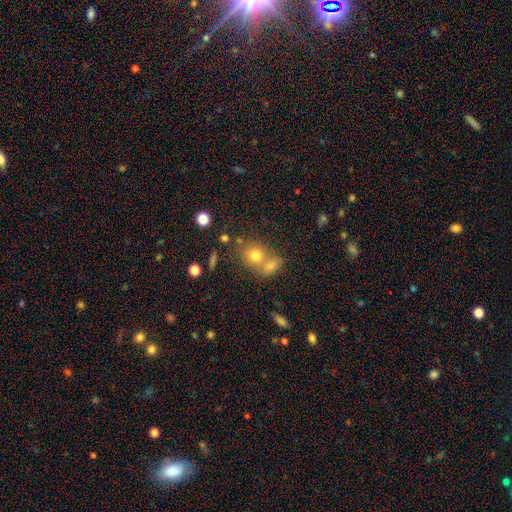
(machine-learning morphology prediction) The model was most divided on "merging": none: 45%, merger: 42%, minor disturbance: 9%, major disturbance: 4%. More confident: smooth or featured — smooth (74%); how rounded — round (70%).